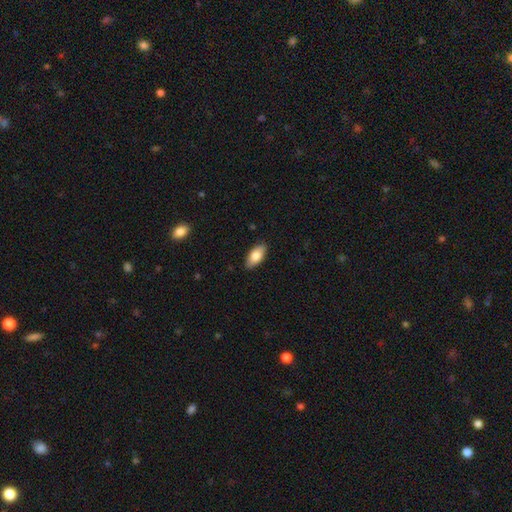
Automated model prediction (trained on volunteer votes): Q: Smooth or featured?
A: smooth (81%); runner-up: featured or disk (13%)
Q: How rounded?
A: in between (92%); runner-up: cigar-shaped (6%)
Q: Merging?
A: none (88%); runner-up: minor disturbance (9%)